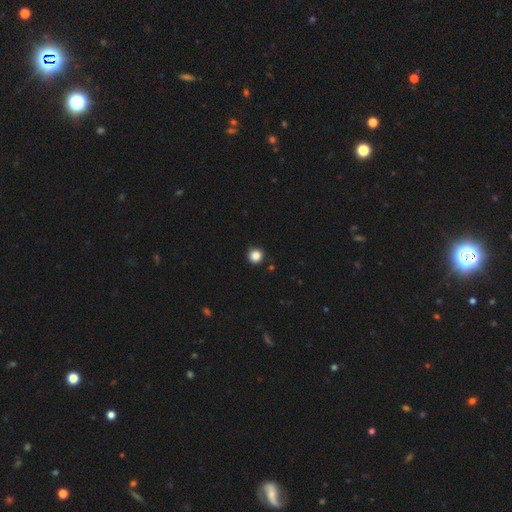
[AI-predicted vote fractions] This appears to be a smooth galaxy with no disk features (85%) that is round (95%). Merging: none (93%).